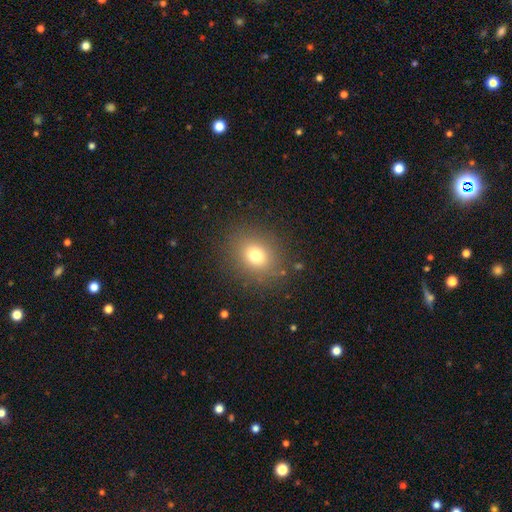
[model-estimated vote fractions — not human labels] Smooth or featured? smooth (74%)
How rounded? round (65%)
Merging? none (86%)